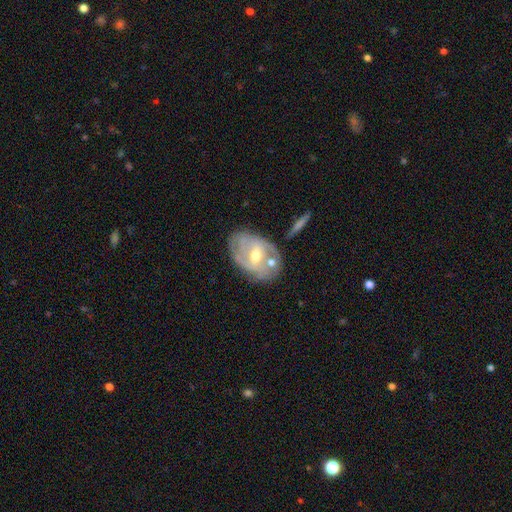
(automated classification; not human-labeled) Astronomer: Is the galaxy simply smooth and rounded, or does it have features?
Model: featured or disk — 74%.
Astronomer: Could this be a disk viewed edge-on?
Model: no — 94%.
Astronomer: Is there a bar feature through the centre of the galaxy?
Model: weak — 49% (runner-up: no, 29%).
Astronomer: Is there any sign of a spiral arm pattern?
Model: yes — 74%.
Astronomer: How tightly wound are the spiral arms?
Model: tight — 45% (runner-up: medium, 37%).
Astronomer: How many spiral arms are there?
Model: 2 — 41% (runner-up: can't tell, 36%).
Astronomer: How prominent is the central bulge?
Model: moderate — 64%.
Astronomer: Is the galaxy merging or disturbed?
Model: none — 61%.